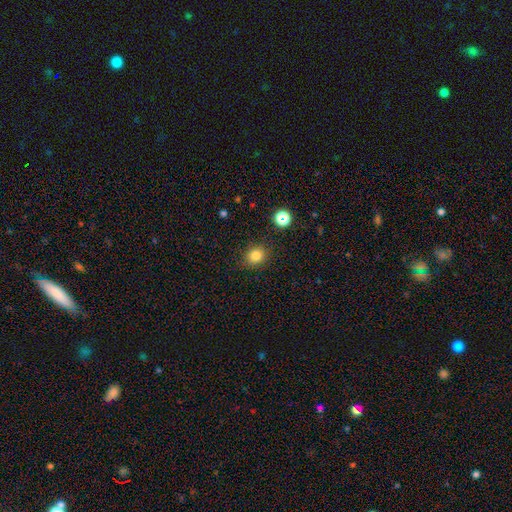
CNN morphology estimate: type=smooth (81%); roundness=round (71%); merging=none (86%).